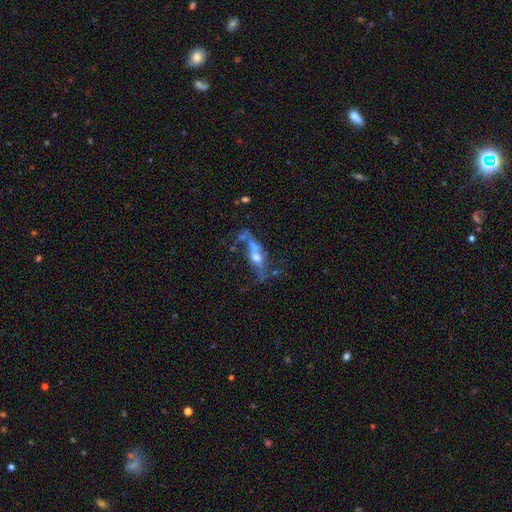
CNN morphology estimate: The model was most divided on "merging": none: 39%, merger: 27%, major disturbance: 18%, minor disturbance: 17%. More confident: edge-on disk — yes (68%); smooth or featured — featured or disk (67%).